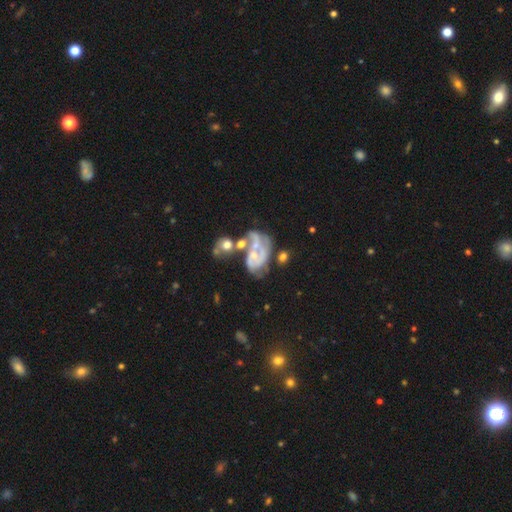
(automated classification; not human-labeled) Q: Smooth or featured?
A: featured or disk (74%); runner-up: smooth (16%)
Q: Edge-on disk?
A: no (98%); runner-up: yes (2%)
Q: Bar?
A: no (70%); runner-up: weak (23%)
Q: Spiral arms?
A: yes (66%); runner-up: no (34%)
Q: Bulge size?
A: small (52%); runner-up: moderate (30%)
Q: Merging?
A: merger (40%); runner-up: major disturbance (27%)